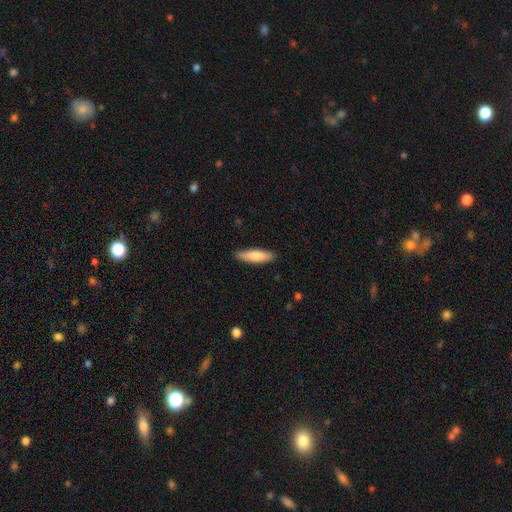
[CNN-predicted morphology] Overall: smooth (81%). How rounded: cigar-shaped (65%; in between 33%). Merging: none (88%).